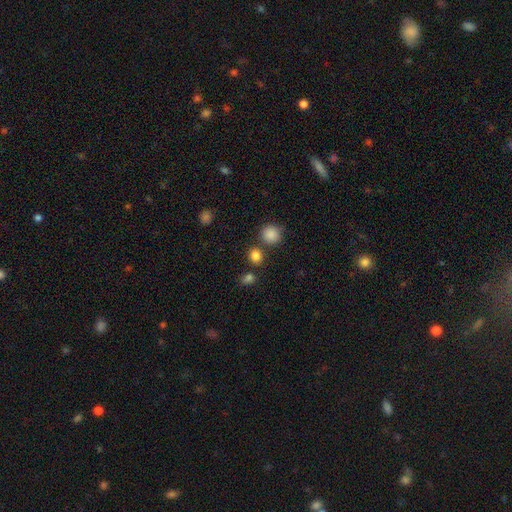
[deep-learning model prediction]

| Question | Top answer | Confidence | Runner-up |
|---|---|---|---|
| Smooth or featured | smooth | 82% | star or artifact (13%) |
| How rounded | round | 75% | in between (24%) |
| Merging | none | 73% | merger (15%) |